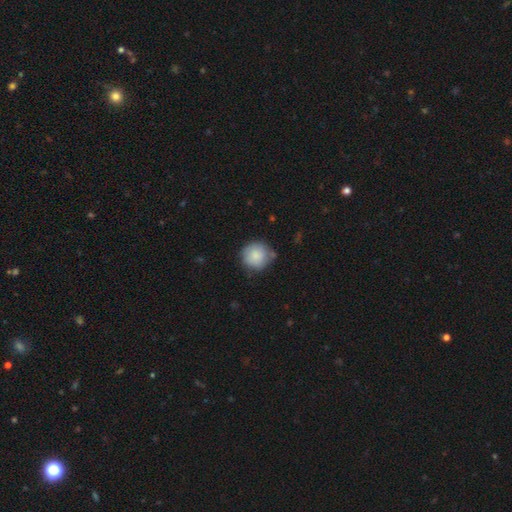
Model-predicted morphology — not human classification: This appears to be a smooth galaxy with no disk features (85%) that is round (93%). Merging: none (73%).